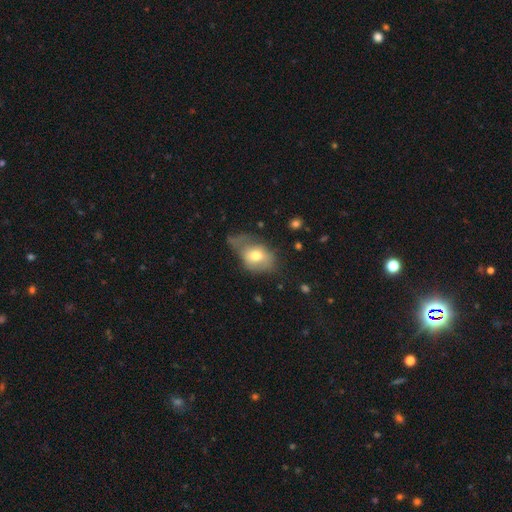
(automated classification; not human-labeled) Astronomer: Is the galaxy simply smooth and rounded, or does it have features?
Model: smooth — 68%.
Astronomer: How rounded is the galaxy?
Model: in between — 74%.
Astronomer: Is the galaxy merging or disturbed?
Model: minor disturbance — 35% (runner-up: major disturbance, 32%).